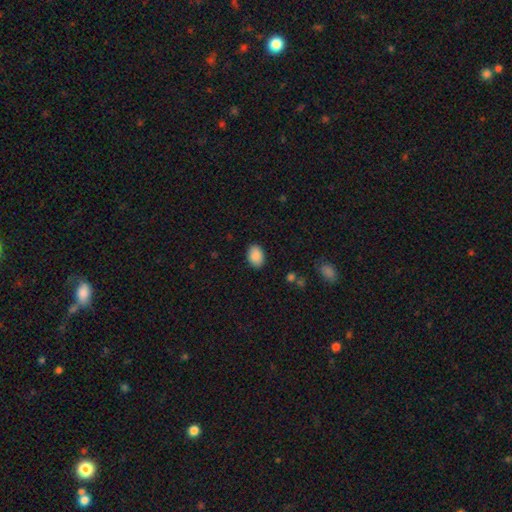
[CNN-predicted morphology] type=smooth (89%); roundness=in between (81%); merging=none (88%).